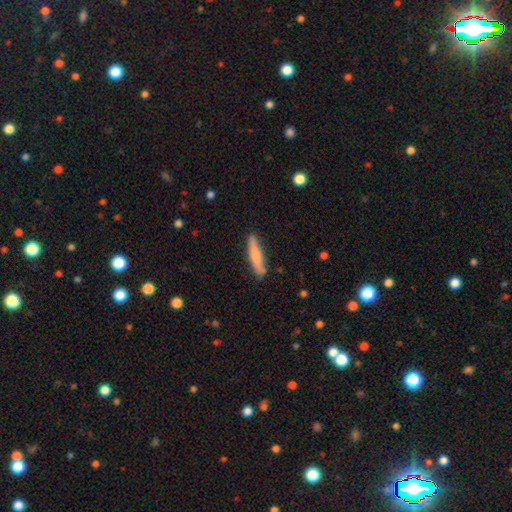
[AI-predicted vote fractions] The model was most divided on "smooth or featured": smooth: 71%, featured or disk: 23%, star or artifact: 5%. More confident: how rounded — cigar-shaped (89%); merging — none (86%).